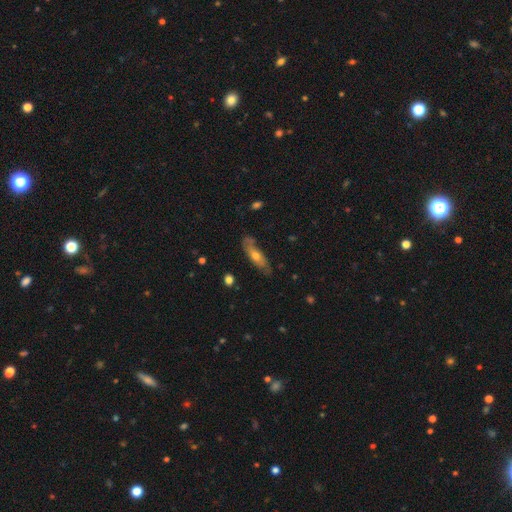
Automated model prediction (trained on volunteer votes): A smooth galaxy with no disk features (48%). Merging: none (70%).